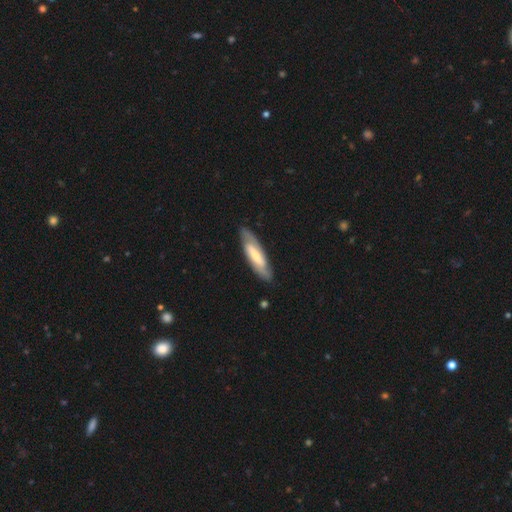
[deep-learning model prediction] Overall: featured or disk (63%; smooth 33%). Edge-on disk: no (76%). Merging: none (83%).